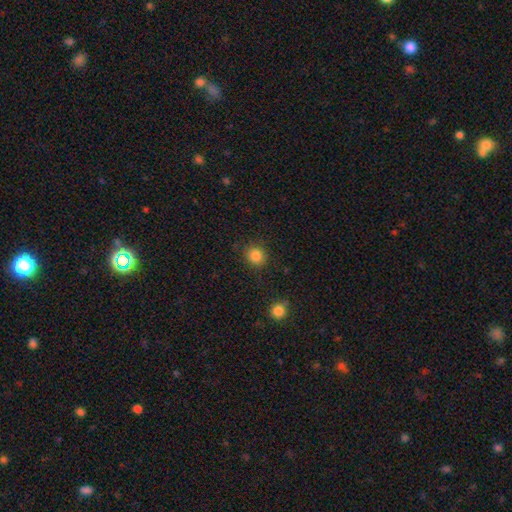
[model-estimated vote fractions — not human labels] smooth_or_featured: smooth (p=0.84) [alt: star or artifact p=0.11]
how_rounded: round (p=0.89) [alt: in between p=0.10]
merging: none (p=0.88) [alt: minor disturbance p=0.08]